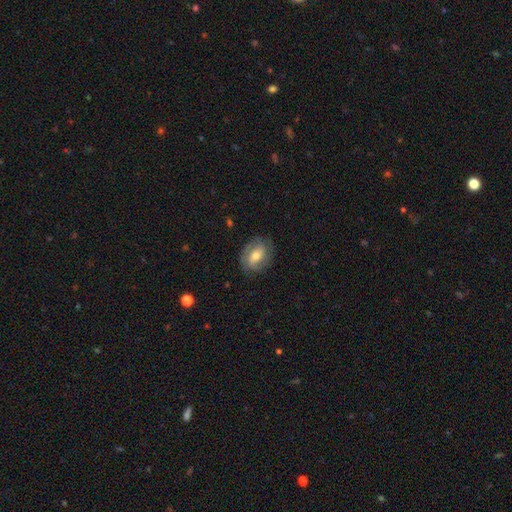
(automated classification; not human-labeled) Smooth or featured? featured or disk (53%)
Edge-on disk? no (94%)
Bar? weak (39%)
Spiral arms? yes (72%)
Bulge size? moderate (65%)
Merging? none (77%)